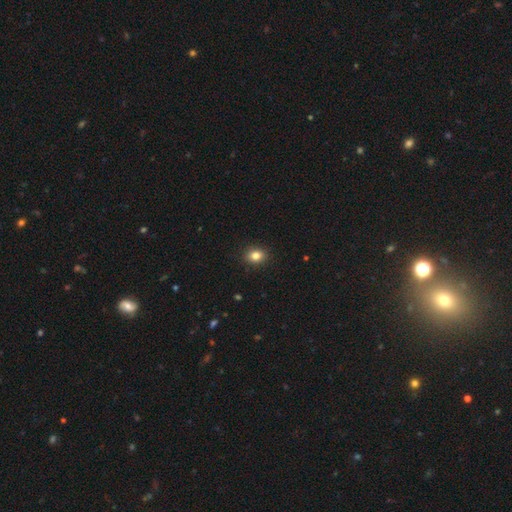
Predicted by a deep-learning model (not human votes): Q: Smooth or featured?
A: smooth (84%); runner-up: star or artifact (11%)
Q: How rounded?
A: round (51%); runner-up: in between (48%)
Q: Merging?
A: none (91%); runner-up: minor disturbance (7%)